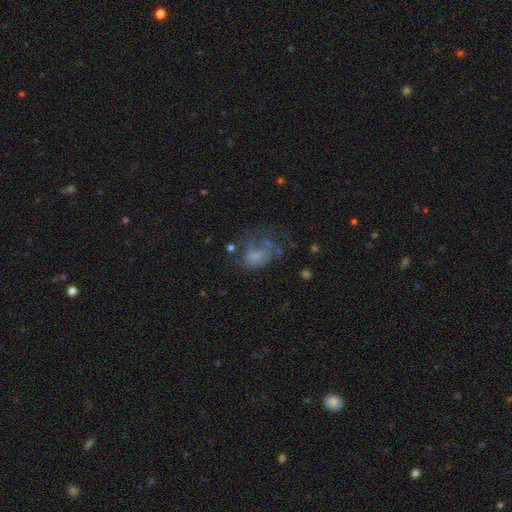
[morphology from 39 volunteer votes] Smooth or featured? 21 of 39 (54%) said smooth. How rounded? 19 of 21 (90%) said in between. Merging? 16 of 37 (43%) said major disturbance.